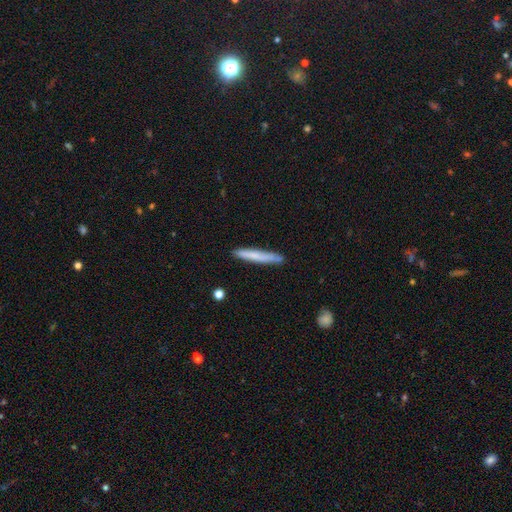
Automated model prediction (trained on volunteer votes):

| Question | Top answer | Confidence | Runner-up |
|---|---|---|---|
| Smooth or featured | smooth | 69% | featured or disk (25%) |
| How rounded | cigar-shaped | 96% | in between (3%) |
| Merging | none | 85% | minor disturbance (11%) |